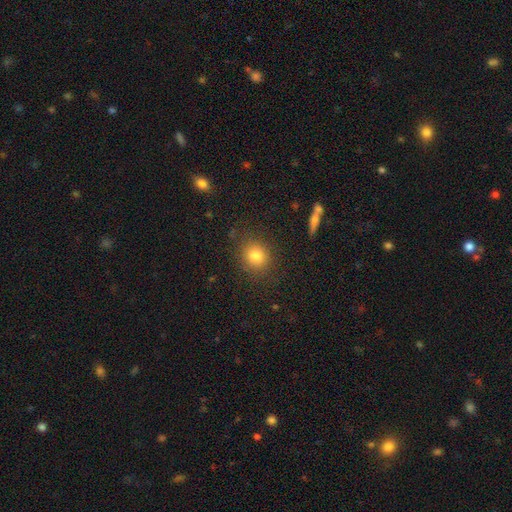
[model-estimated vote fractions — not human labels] Overall: smooth (80%). How rounded: round (79%). Merging: none (85%).